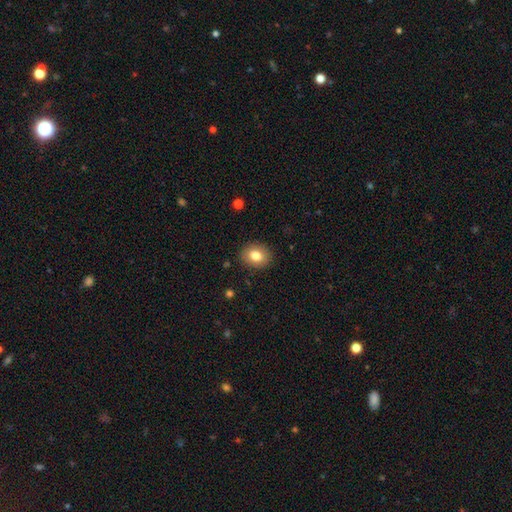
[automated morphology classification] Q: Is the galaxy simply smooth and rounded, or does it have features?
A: smooth — 81%.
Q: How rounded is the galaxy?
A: round — 56%.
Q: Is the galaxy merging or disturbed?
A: none — 89%.